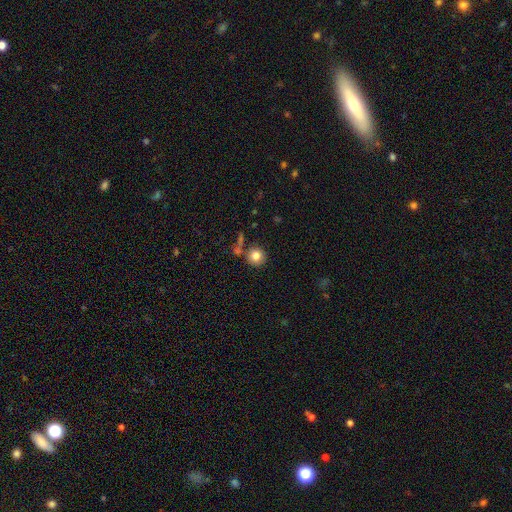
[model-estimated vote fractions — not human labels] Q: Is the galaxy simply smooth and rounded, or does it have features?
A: smooth — 81%.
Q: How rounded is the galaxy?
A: round — 93%.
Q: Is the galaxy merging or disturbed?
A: none — 74%.